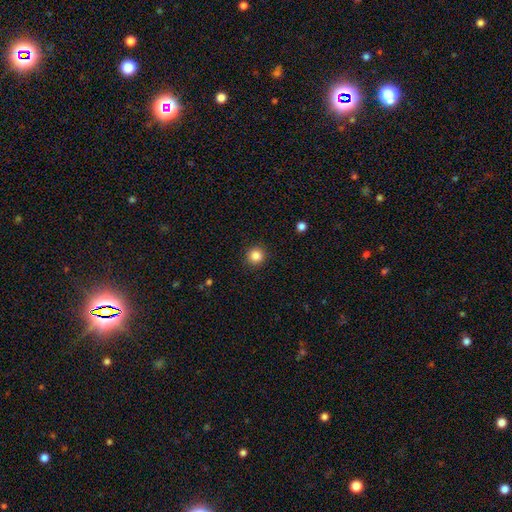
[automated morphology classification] A smooth galaxy with no disk features (85%) that is round (93%). Merging: none (91%).